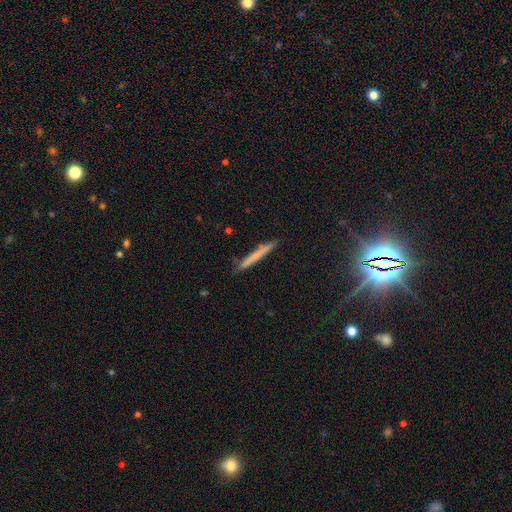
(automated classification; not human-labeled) The model was most divided on "smooth or featured": smooth: 64%, featured or disk: 29%, star or artifact: 7%. More confident: how rounded — cigar-shaped (97%); merging — none (88%).